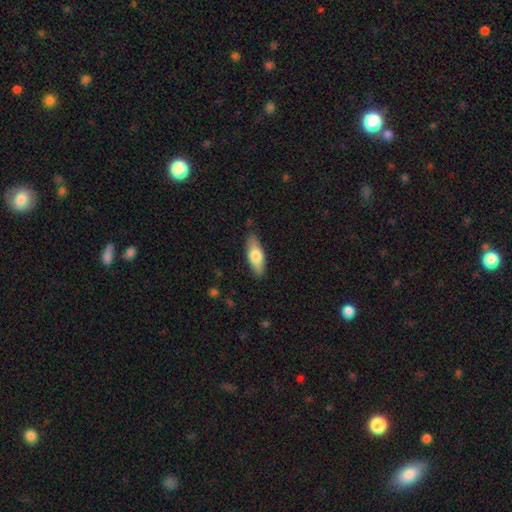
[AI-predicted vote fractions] Smooth or featured? smooth (67%)
How rounded? in between (64%)
Merging? none (86%)